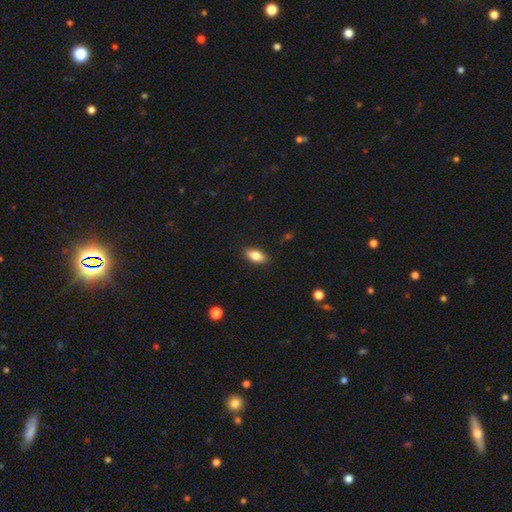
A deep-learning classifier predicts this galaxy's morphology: A smooth galaxy with no disk features (81%) that is in between round and cigar-shaped (89%). Merging: none (89%).